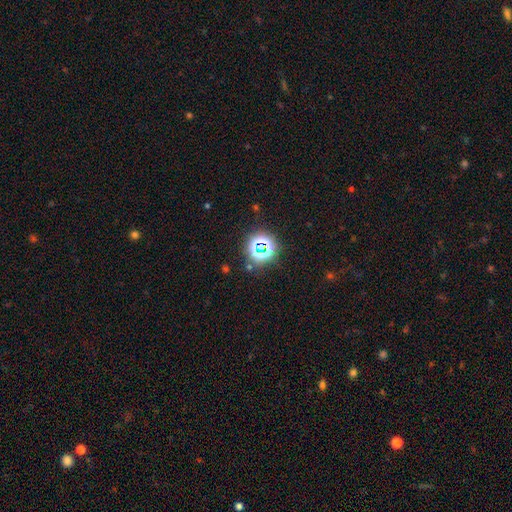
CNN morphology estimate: smooth_or_featured: star or artifact (p=0.76) [alt: smooth p=0.17]